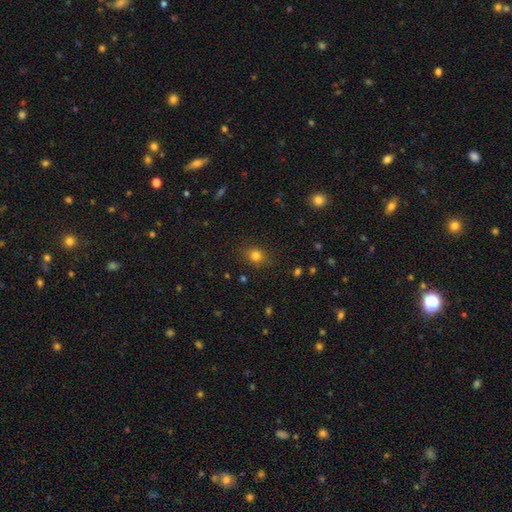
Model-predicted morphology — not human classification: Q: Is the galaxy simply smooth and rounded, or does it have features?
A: smooth — 80%.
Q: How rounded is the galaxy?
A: round — 61%.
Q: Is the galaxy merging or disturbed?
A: none — 83%.